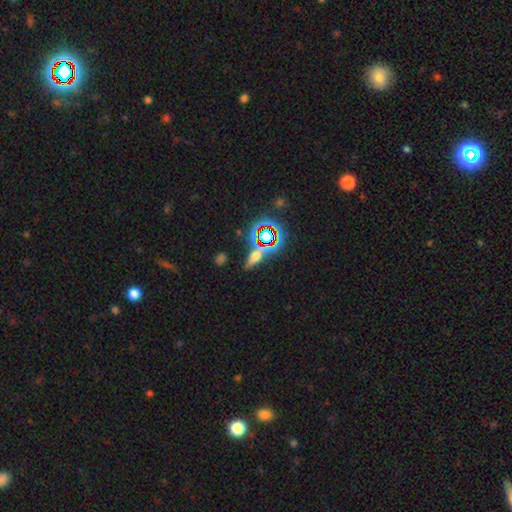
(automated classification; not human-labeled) smooth-or-featured: smooth: 38% | star or artifact: 33% | featured or disk: 29%
  merging: none: 72% | minor disturbance: 13% | merger: 10% | major disturbance: 6%